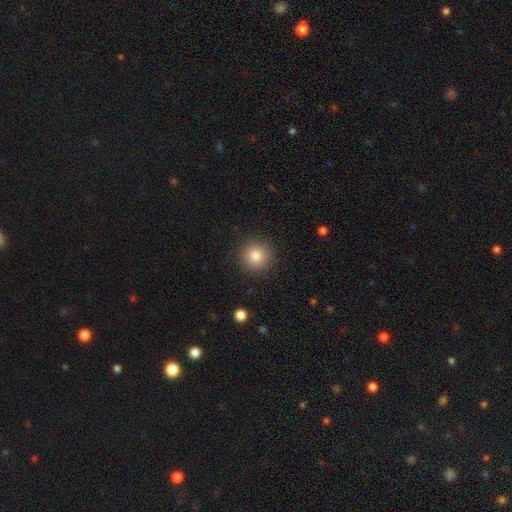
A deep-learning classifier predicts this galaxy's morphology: Smooth or featured? smooth (83%)
How rounded? round (94%)
Merging? none (90%)